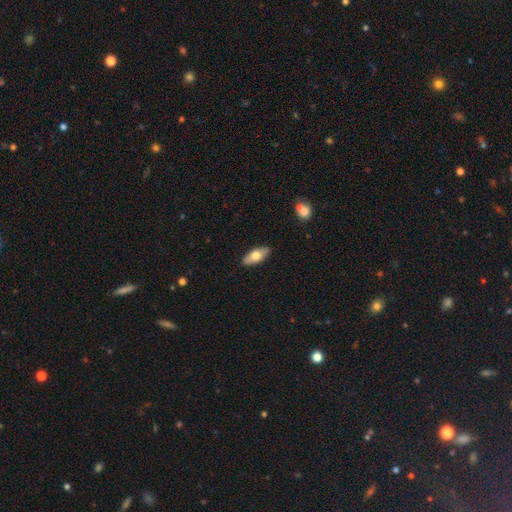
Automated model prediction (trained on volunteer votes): Morphology: type=smooth (63%); roundness=in between (81%); merging=none (87%).